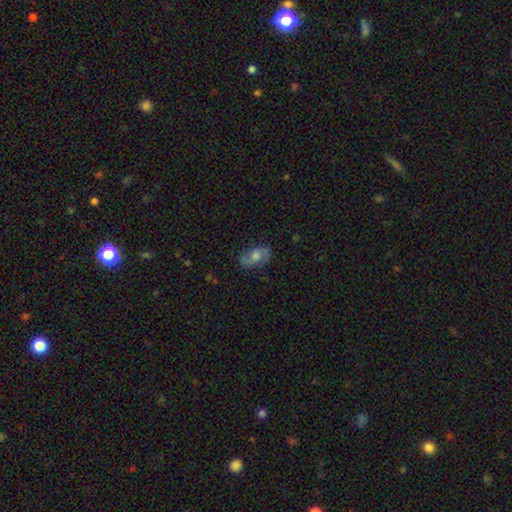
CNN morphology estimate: Smooth or featured: featured or disk — 63% (smooth — 28%)
Edge-on disk: no — 95% (yes — 5%)
Bar: no — 60% (weak — 33%)
Spiral arms: yes — 87% (no — 13%)
Spiral winding: medium — 47% (loose — 31%)
Spiral arm count: 2 — 87% (can't tell — 8%)
Bulge size: moderate — 51% (large — 25%)
Merging: none — 78% (minor disturbance — 15%)